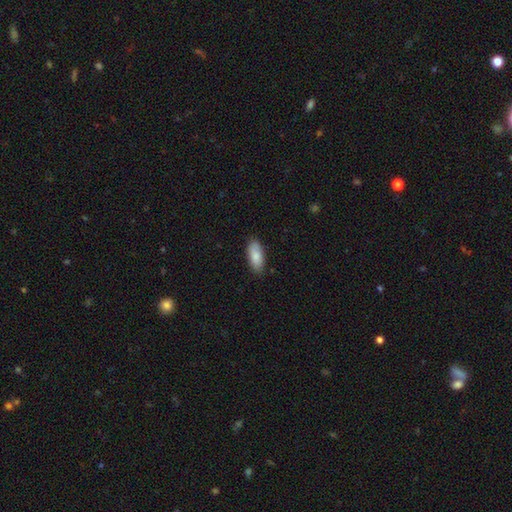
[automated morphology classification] type=smooth (85%); roundness=in between (81%); merging=none (85%).